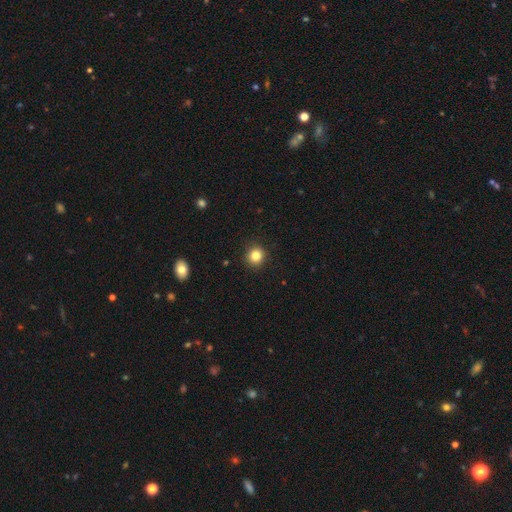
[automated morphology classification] type=smooth (83%); roundness=round (92%); merging=none (91%).